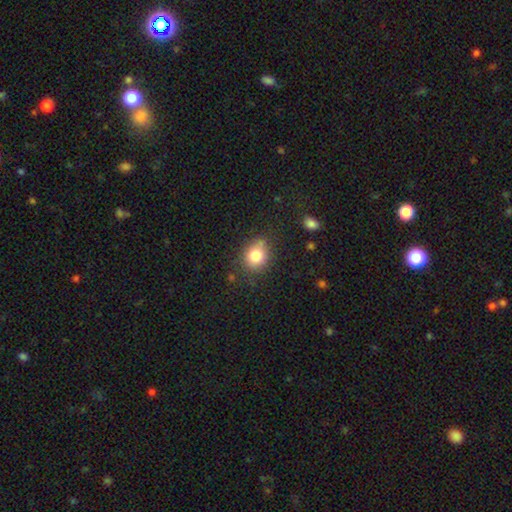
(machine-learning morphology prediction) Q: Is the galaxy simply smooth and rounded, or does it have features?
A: smooth — 81%.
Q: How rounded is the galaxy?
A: round — 67%.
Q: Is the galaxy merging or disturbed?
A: none — 74%.